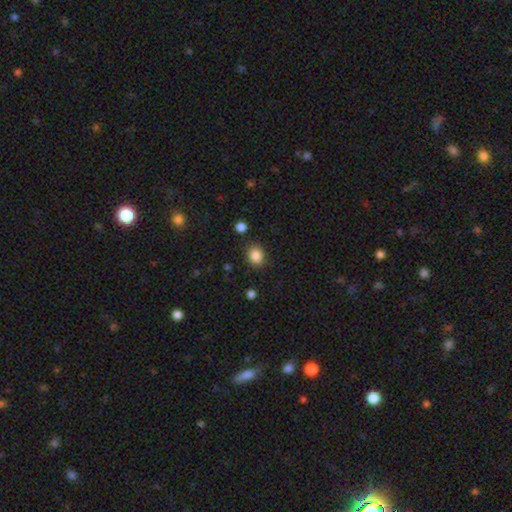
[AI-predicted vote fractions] Morphology: type=smooth (86%); roundness=round (69%); merging=none (86%).